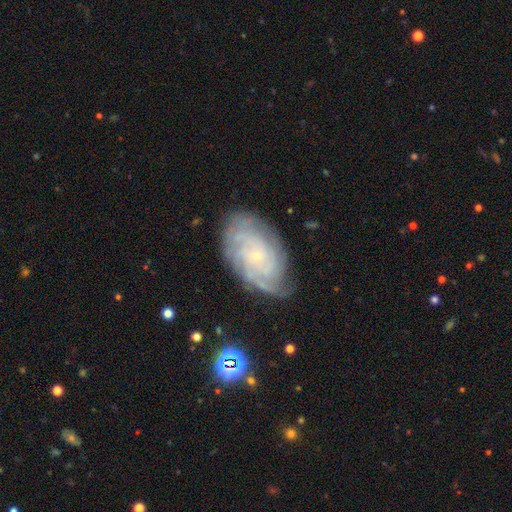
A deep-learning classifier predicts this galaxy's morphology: Smooth or featured: featured or disk — 79% (smooth — 13%)
Edge-on disk: no — 96% (yes — 4%)
Bar: no — 75% (weak — 21%)
Spiral arms: yes — 95% (no — 5%)
Spiral winding: tight — 70% (medium — 24%)
Spiral arm count: can't tell — 37% (4 — 24%)
Bulge size: small — 85% (moderate — 8%)
Merging: none — 73% (minor disturbance — 19%)